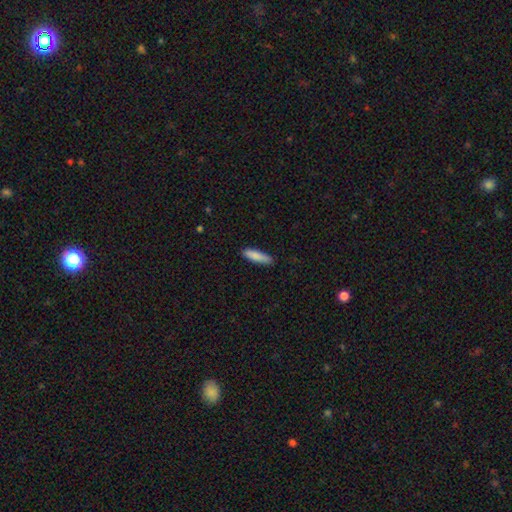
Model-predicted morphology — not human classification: This is clearly a smooth galaxy (85%). How rounded: likely cigar-shaped (71%). Merging: clearly none (86%).